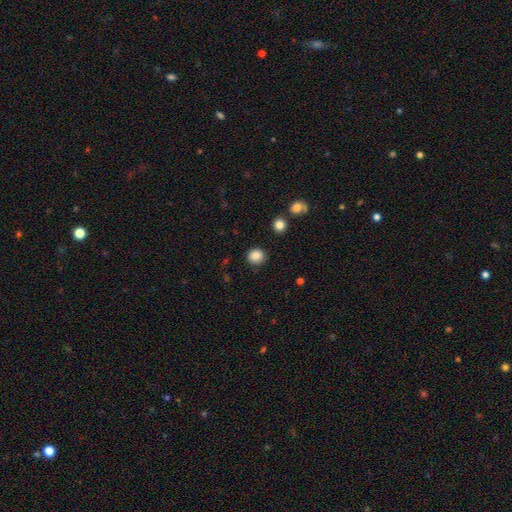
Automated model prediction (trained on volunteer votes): smooth 87%, star or artifact 10%, featured or disk 3%. Down the decision tree: how rounded — round (87%); merging — none (89%).